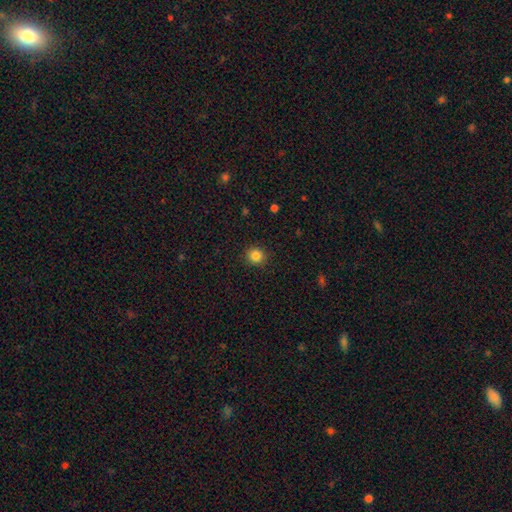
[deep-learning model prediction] Smooth or featured? smooth (85%)
How rounded? round (89%)
Merging? none (91%)